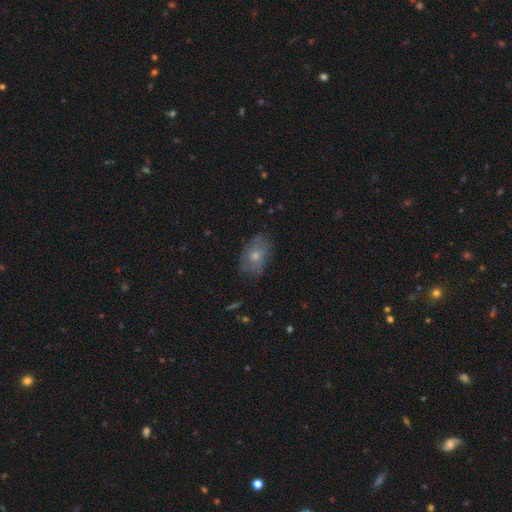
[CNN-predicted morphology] type=smooth (57%); roundness=in between (82%); merging=none (67%).